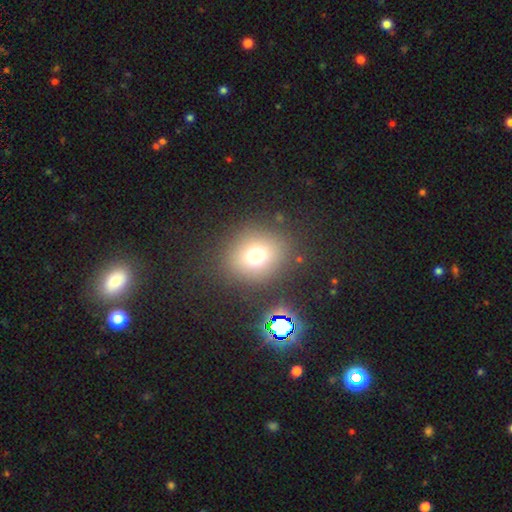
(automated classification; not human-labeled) Smooth or featured? smooth (71%)
How rounded? round (67%)
Merging? none (83%)